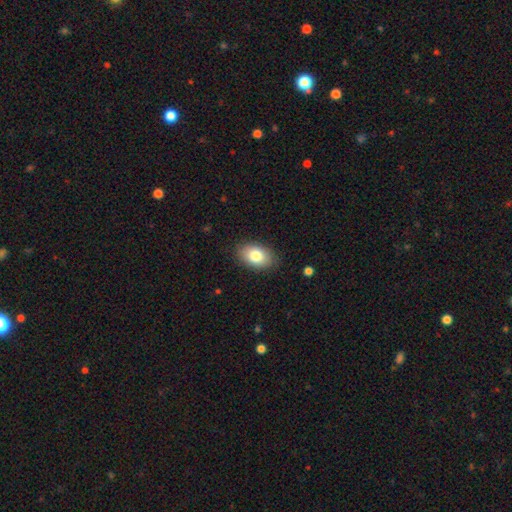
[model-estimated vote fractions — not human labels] A smooth galaxy with no disk features (82%) that is in between round and cigar-shaped (89%).

Vote fractions:
- Smooth or featured? smooth: 82% / featured or disk: 11% / star or artifact: 7%
- How rounded? in between: 89% / round: 10% / cigar-shaped: 1%
- Merging? none: 86% / minor disturbance: 11% / major disturbance: 3% / merger: 1%